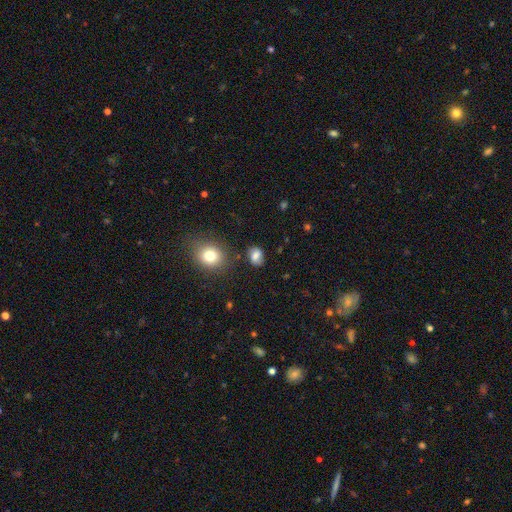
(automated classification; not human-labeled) smooth-or-featured: smooth: 73% | featured or disk: 15% | star or artifact: 11%
  how-rounded: in between: 63% | round: 35% | cigar-shaped: 1%
  merging: none: 74% | minor disturbance: 16% | major disturbance: 5% | merger: 4%